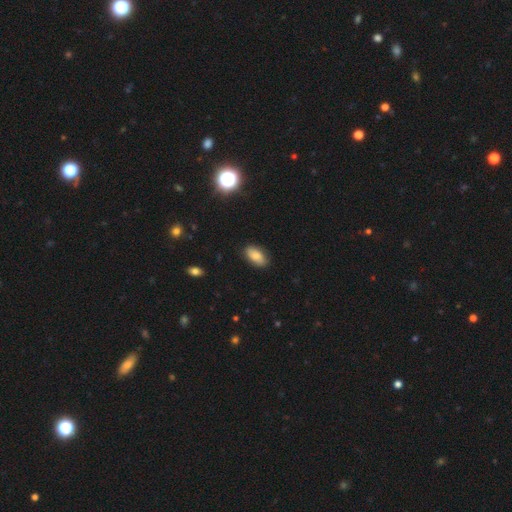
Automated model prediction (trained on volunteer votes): Smooth or featured? Predicted: smooth (p=0.78). How rounded? Predicted: in between (p=0.93). Merging? Predicted: none (p=0.83).